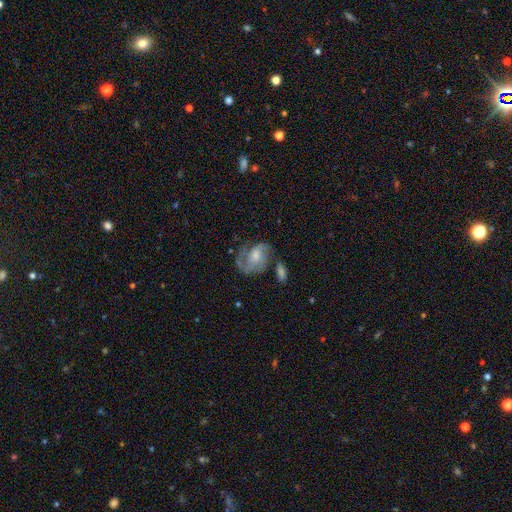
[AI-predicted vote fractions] smooth_or_featured: featured or disk (p=0.76) [alt: smooth p=0.16]
disk_edge_on: no (p=0.97) [alt: yes p=0.03]
bar: no (p=0.59) [alt: weak p=0.35]
has_spiral_arms: yes (p=0.92) [alt: no p=0.08]
spiral_winding: medium (p=0.48) [alt: tight p=0.34]
spiral_arm_count: 2 (p=0.62) [alt: can't tell p=0.15]
bulge_size: moderate (p=0.52) [alt: small p=0.32]
merging: none (p=0.58) [alt: minor disturbance p=0.20]